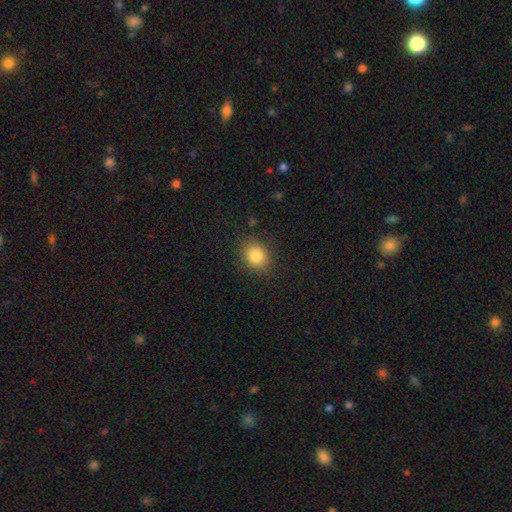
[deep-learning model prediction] Morphology: type=smooth (84%); roundness=round (67%); merging=none (85%).